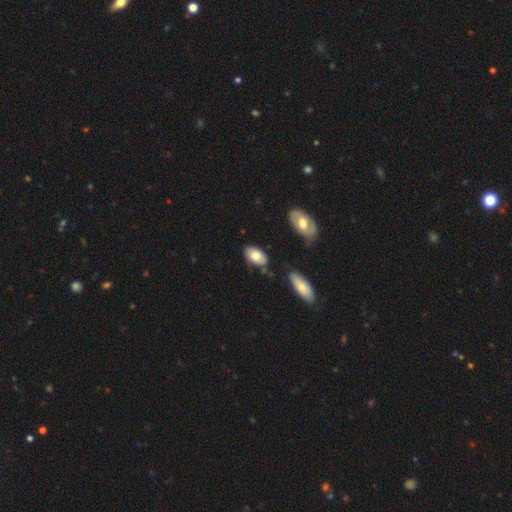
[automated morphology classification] smooth-or-featured: smooth: 73% | featured or disk: 21% | star or artifact: 6%
  how-rounded: in between: 92% | round: 7% | cigar-shaped: 2%
  merging: none: 72% | minor disturbance: 18% | merger: 5% | major disturbance: 4%